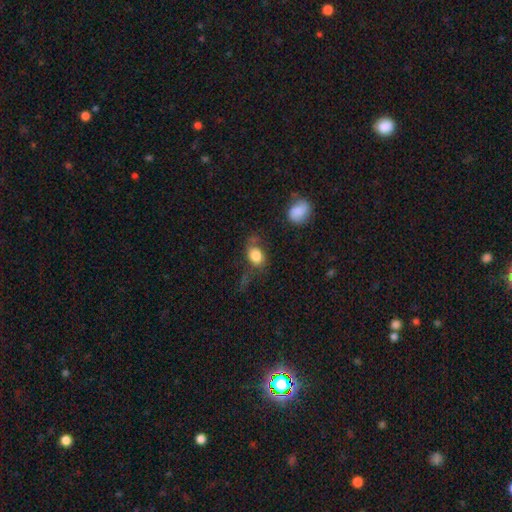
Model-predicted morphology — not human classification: Smooth or featured: smooth — 79% (featured or disk — 12%)
How rounded: in between — 66% (round — 32%)
Merging: none — 48% (minor disturbance — 25%)